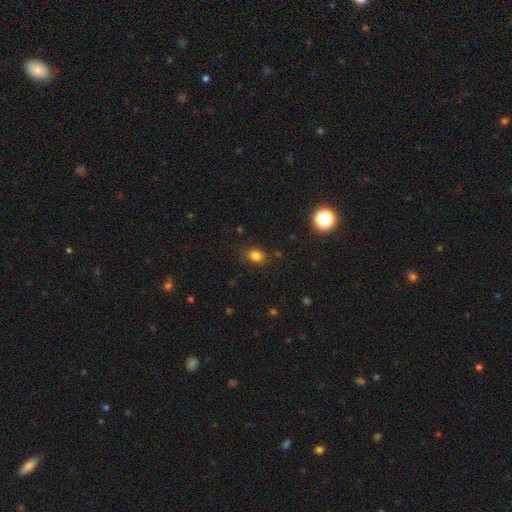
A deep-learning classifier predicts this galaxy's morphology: A smooth galaxy with no disk features (80%) that is in between round and cigar-shaped (62%).

Vote fractions:
- Smooth or featured? smooth: 80% / star or artifact: 14% / featured or disk: 6%
- How rounded? in between: 62% / round: 37% / cigar-shaped: 1%
- Merging? none: 81% / minor disturbance: 13% / major disturbance: 4% / merger: 2%